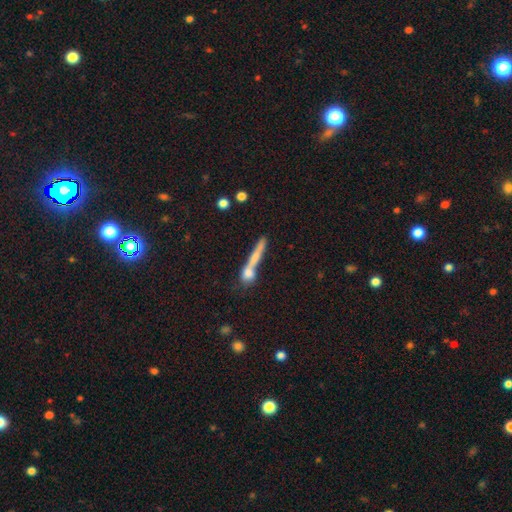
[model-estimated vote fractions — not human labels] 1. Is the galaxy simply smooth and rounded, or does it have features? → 61% smooth, 30% featured or disk, 9% star or artifact.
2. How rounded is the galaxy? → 81% cigar-shaped, 12% in between, 7% round.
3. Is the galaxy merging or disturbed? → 42% merger, 40% none, 11% minor disturbance, 7% major disturbance.